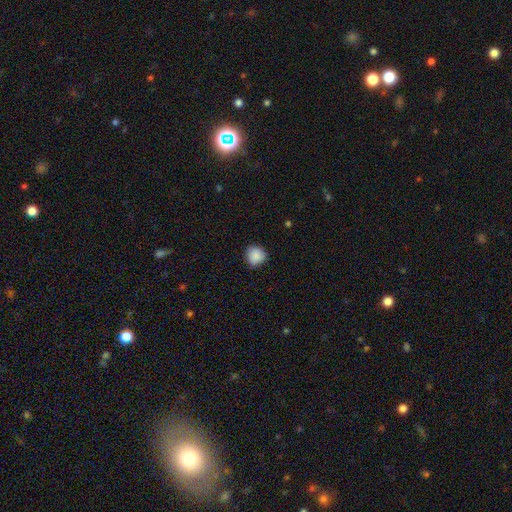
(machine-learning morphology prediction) A smooth galaxy with no disk features (87%) that is round (89%). Merging: none (82%).